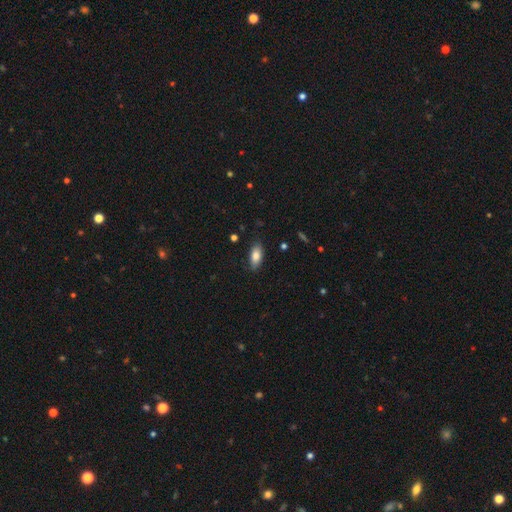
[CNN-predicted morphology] Smooth or featured? Predicted: smooth (p=0.82). How rounded? Predicted: in between (p=0.86). Merging? Predicted: none (p=0.83).